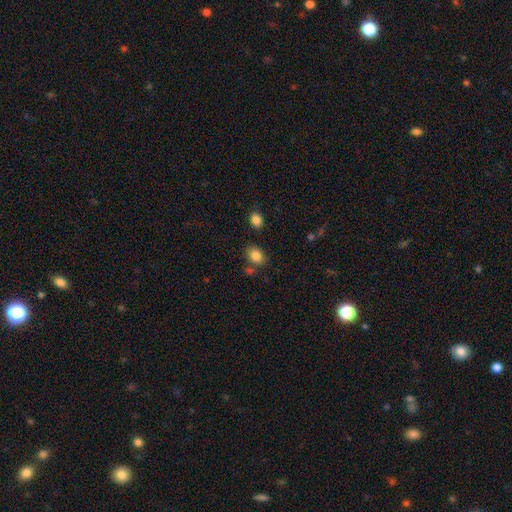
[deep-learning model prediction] Smooth or featured? Predicted: smooth (p=0.84). How rounded? Predicted: in between (p=0.54). Merging? Predicted: none (p=0.73).